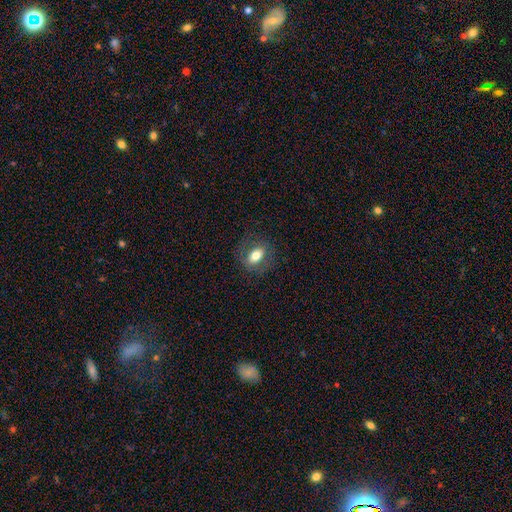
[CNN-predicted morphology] smooth_or_featured: smooth (p=0.69) [alt: featured or disk p=0.23]
how_rounded: in between (p=0.76) [alt: round p=0.21]
merging: none (p=0.80) [alt: minor disturbance p=0.13]